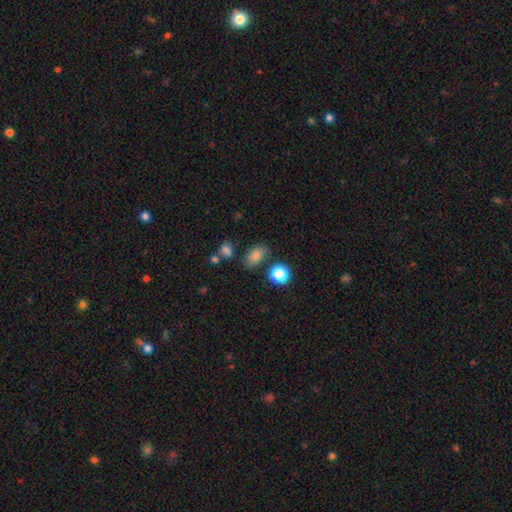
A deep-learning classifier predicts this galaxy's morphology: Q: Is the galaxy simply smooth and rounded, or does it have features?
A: smooth — 79%.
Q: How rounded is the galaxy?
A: in between — 81%.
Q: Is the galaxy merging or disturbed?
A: none — 69%.